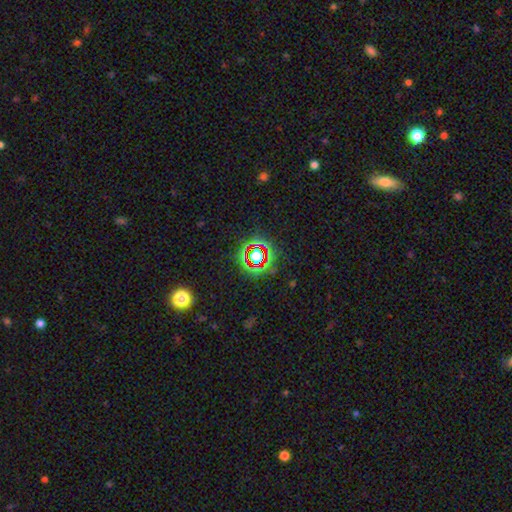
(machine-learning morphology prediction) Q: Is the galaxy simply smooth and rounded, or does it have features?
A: star or artifact — 70%.